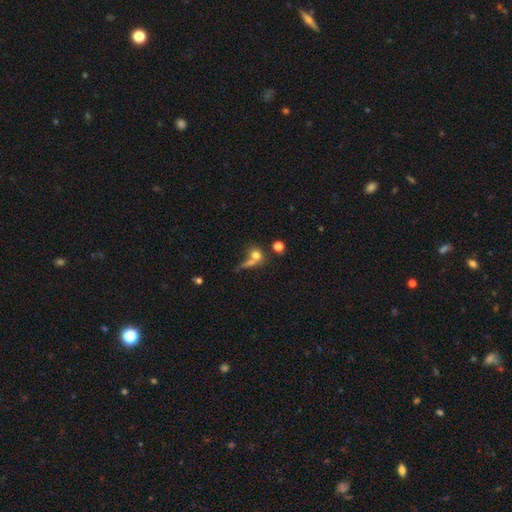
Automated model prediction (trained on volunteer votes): Smooth or featured?
  - smooth: 68% *
  - featured or disk: 18%
  - star or artifact: 14%
How rounded?
  - round: 65% *
  - in between: 29%
  - cigar-shaped: 6%
Merging?
  - merger: 42% *
  - none: 35%
  - major disturbance: 13%
  - minor disturbance: 10%